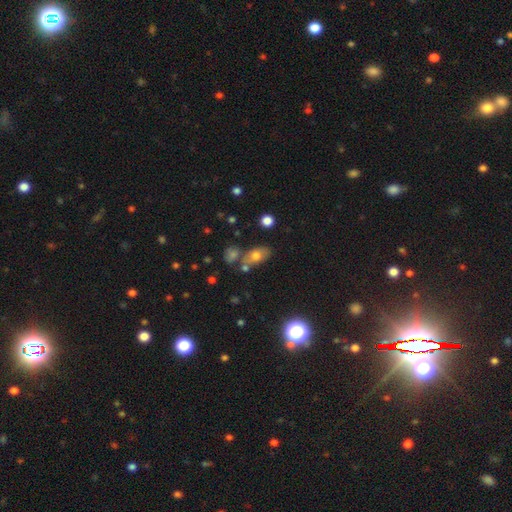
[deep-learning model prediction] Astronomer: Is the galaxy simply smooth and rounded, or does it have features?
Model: smooth — 69%.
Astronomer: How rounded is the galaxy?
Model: in between — 84%.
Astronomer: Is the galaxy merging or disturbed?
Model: none — 55%.